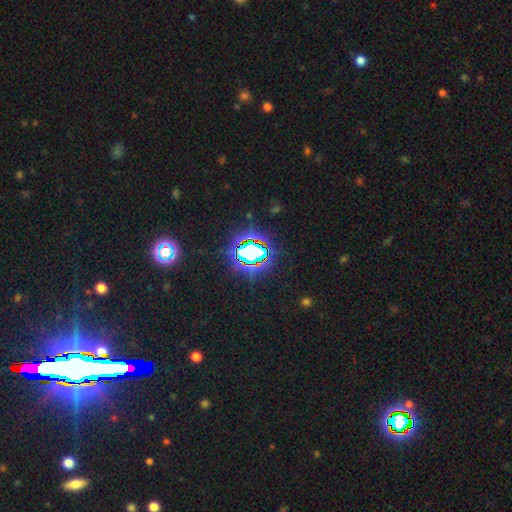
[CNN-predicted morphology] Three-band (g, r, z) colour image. It shows a star or artifact, not a galaxy (73%).